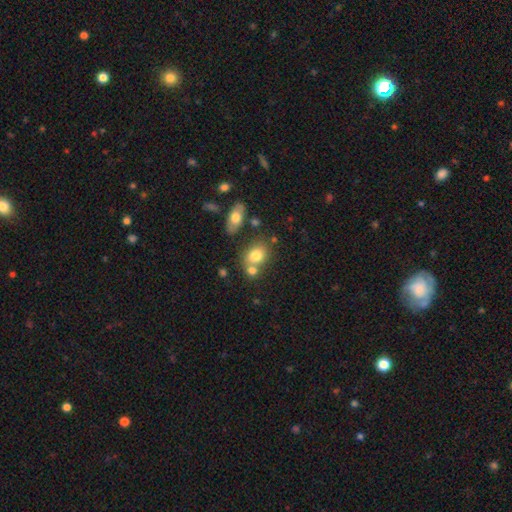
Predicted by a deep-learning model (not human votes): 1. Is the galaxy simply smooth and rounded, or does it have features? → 77% smooth, 14% featured or disk, 9% star or artifact.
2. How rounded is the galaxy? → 63% in between, 36% round, 2% cigar-shaped.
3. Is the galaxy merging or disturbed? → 50% none, 33% merger, 13% minor disturbance, 4% major disturbance.